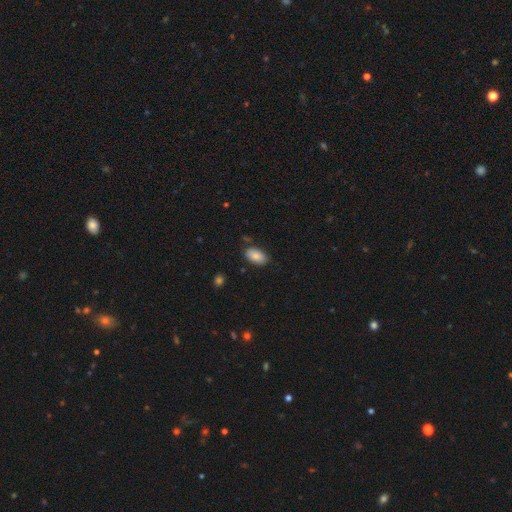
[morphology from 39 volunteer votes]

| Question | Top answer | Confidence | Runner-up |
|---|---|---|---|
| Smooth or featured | smooth | 82% | featured or disk (10%) |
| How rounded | in between | 94% | round (3%) |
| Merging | none | 81% | minor disturbance (11%) |